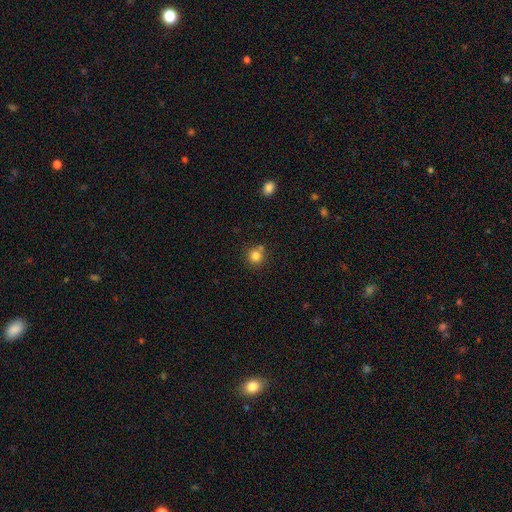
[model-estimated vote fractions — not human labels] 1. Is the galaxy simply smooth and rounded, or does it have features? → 82% smooth, 12% star or artifact, 6% featured or disk.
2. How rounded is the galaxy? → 91% round, 9% in between, 1% cigar-shaped.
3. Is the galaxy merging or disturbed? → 72% none, 12% merger, 12% minor disturbance, 3% major disturbance.